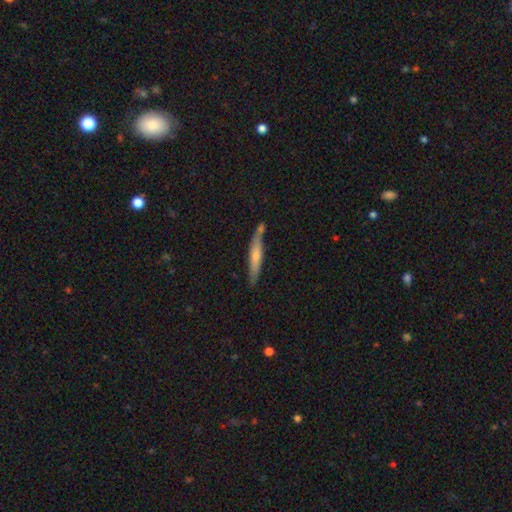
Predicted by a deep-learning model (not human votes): A smooth galaxy with no disk features (57%) that is cigar-shaped (92%).

Vote fractions:
- Smooth or featured? smooth: 57% / featured or disk: 38% / star or artifact: 6%
- How rounded? cigar-shaped: 92% / in between: 7% / round: 1%
- Merging? none: 70% / minor disturbance: 16% / merger: 11% / major disturbance: 4%